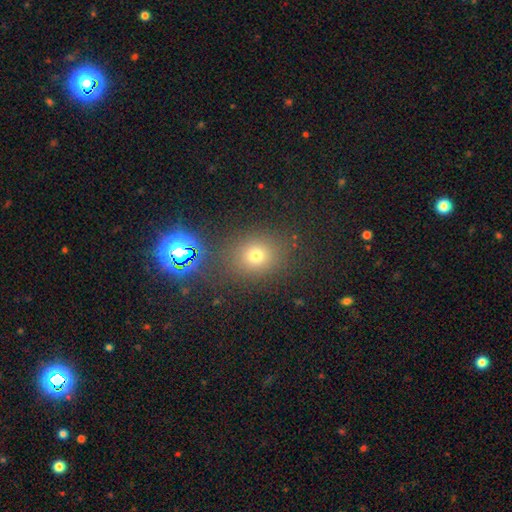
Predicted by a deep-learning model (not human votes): A smooth galaxy with no disk features (67%) that is round (70%).

Vote fractions:
- Smooth or featured? smooth: 67% / star or artifact: 24% / featured or disk: 9%
- How rounded? round: 70% / in between: 29% / cigar-shaped: 1%
- Merging? none: 80% / minor disturbance: 10% / merger: 6% / major disturbance: 5%